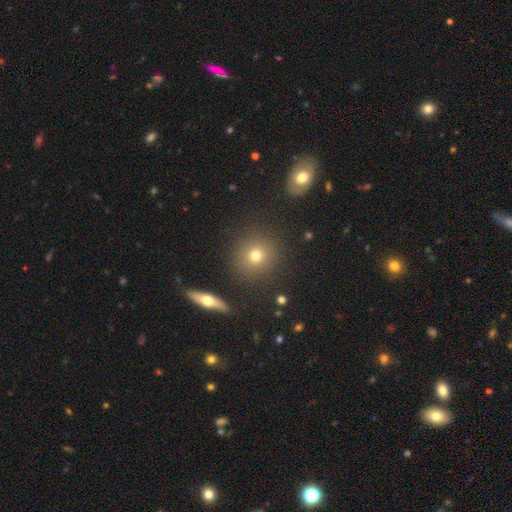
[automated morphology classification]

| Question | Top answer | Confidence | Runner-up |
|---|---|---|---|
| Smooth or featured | smooth | 73% | star or artifact (14%) |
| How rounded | round | 89% | in between (10%) |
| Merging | none | 87% | minor disturbance (7%) |